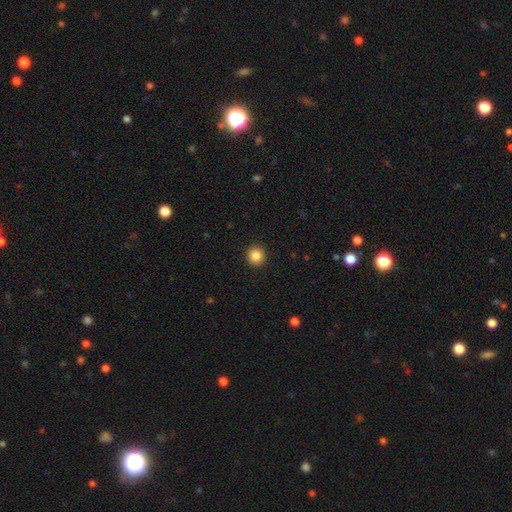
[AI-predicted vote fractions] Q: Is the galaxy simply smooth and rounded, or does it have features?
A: smooth — 87%.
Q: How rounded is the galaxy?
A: round — 94%.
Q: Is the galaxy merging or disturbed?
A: none — 93%.